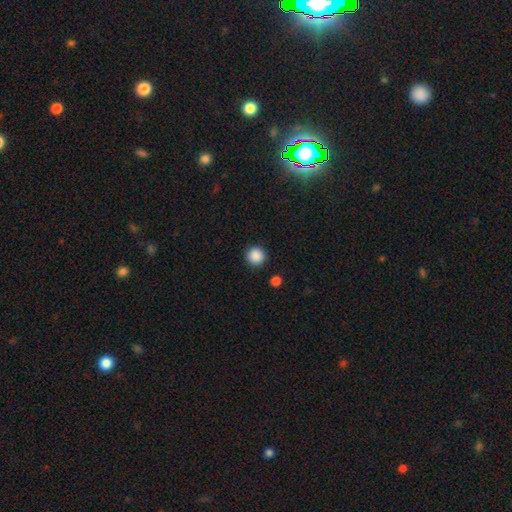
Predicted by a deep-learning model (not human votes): Morphology: type=smooth (88%); roundness=round (95%); merging=none (91%).